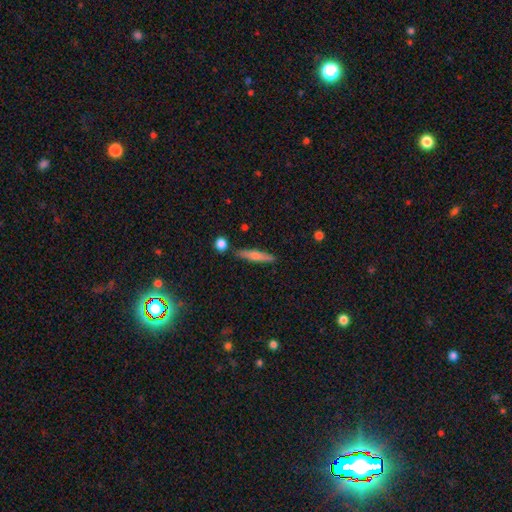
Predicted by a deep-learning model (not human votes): smooth-or-featured: smooth: 64% | featured or disk: 30% | star or artifact: 6%
  how-rounded: cigar-shaped: 86% | in between: 12% | round: 2%
  merging: none: 83% | minor disturbance: 10% | merger: 5% | major disturbance: 2%